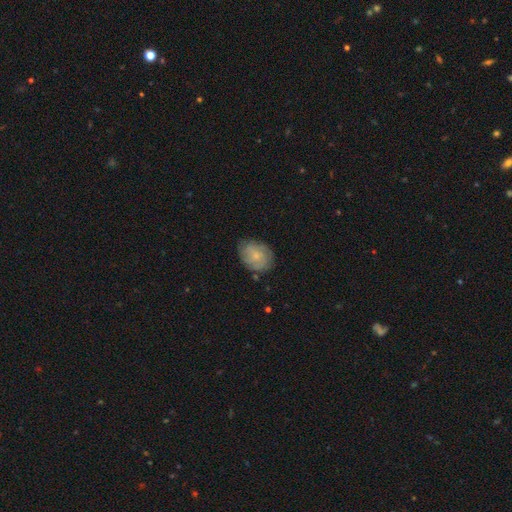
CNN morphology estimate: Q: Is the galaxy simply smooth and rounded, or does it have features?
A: smooth — 65%.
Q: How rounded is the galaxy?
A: in between — 65%.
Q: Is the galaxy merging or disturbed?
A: none — 72%.